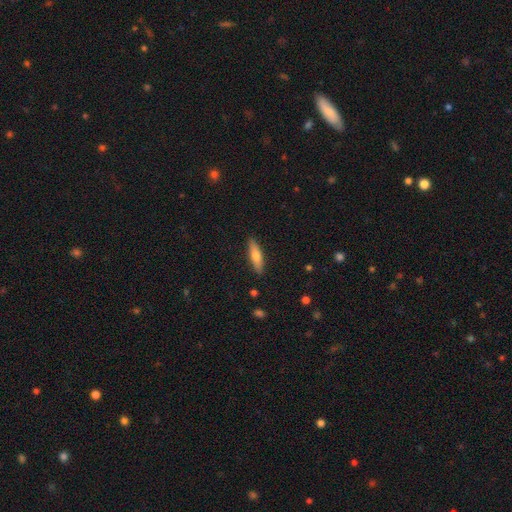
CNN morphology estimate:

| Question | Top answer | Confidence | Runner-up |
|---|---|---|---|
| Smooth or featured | smooth | 63% | featured or disk (31%) |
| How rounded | cigar-shaped | 71% | in between (27%) |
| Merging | none | 89% | minor disturbance (8%) |